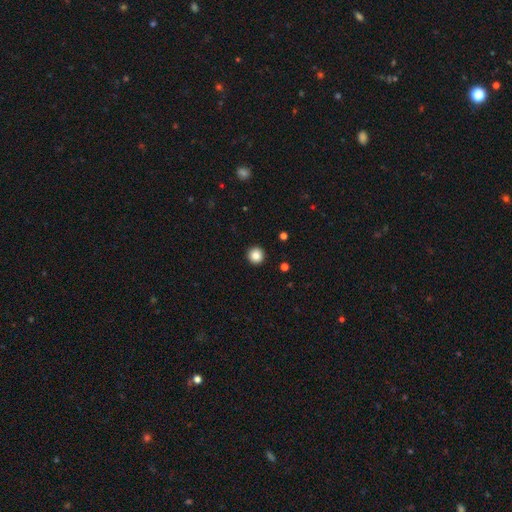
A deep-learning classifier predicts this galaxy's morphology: Smooth or featured? Predicted: smooth (p=0.85). How rounded? Predicted: round (p=0.96). Merging? Predicted: none (p=0.94).